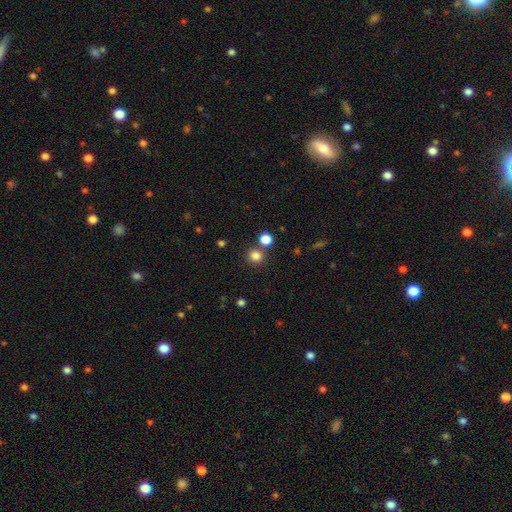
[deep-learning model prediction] Smooth or featured?
  - smooth: 82% *
  - star or artifact: 14%
  - featured or disk: 4%
How rounded?
  - round: 89% *
  - in between: 10%
  - cigar-shaped: 1%
Merging?
  - none: 77% *
  - merger: 13%
  - minor disturbance: 7%
  - major disturbance: 3%